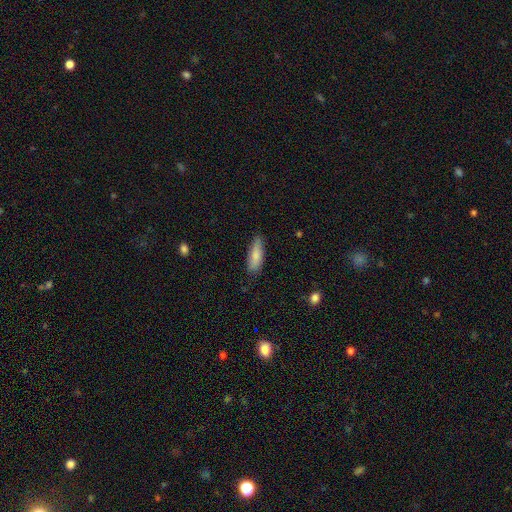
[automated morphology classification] A smooth galaxy with no disk features (82%) that is in between round and cigar-shaped (57%). Merging: none (79%).